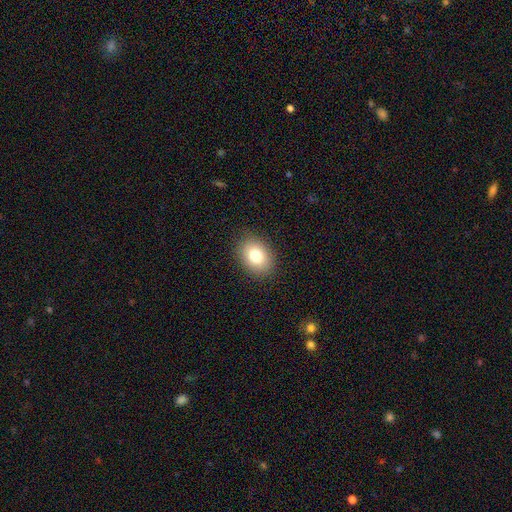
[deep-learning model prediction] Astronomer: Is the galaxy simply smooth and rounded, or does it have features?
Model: smooth — 80%.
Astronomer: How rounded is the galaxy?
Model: in between — 72%.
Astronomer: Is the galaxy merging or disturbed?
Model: none — 88%.